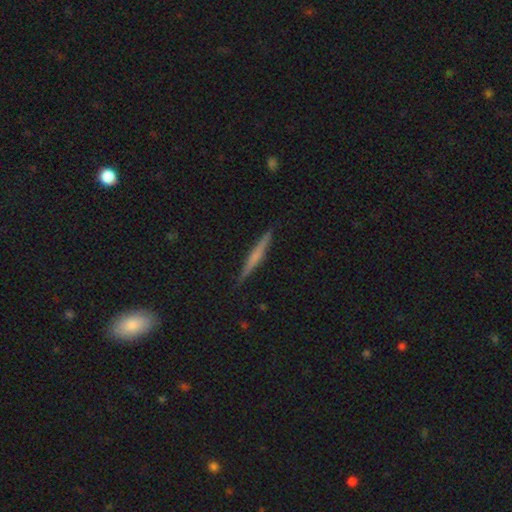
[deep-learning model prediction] Q: Smooth or featured?
A: featured or disk (52%); runner-up: smooth (42%)
Q: Edge-on disk?
A: yes (97%); runner-up: no (3%)
Q: Edge-on bulge?
A: none (55%); runner-up: rounded (33%)
Q: Merging?
A: none (90%); runner-up: minor disturbance (7%)